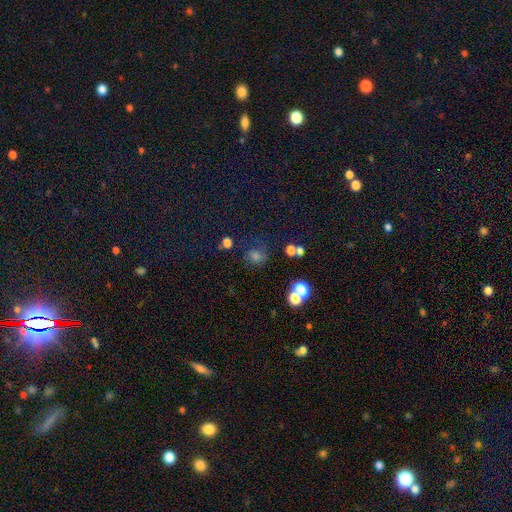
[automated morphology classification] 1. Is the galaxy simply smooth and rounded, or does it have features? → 52% smooth, 31% star or artifact, 17% featured or disk.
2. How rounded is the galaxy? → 73% round, 25% in between, 1% cigar-shaped.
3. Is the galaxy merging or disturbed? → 62% none, 18% minor disturbance, 14% major disturbance, 6% merger.